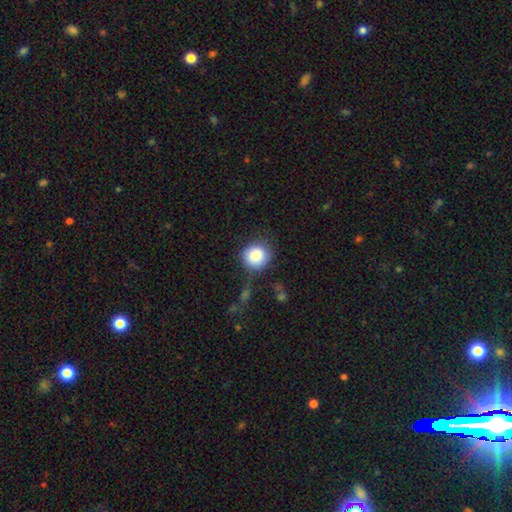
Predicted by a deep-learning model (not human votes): A smooth galaxy with no disk features (86%) that is round (89%). Merging: none (73%).